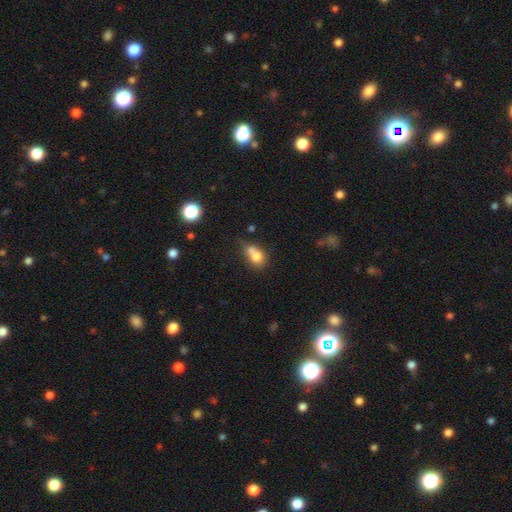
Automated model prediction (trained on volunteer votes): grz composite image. It shows a smooth galaxy with no disk features (73%) that is round (53%). Merging: merger (48%).